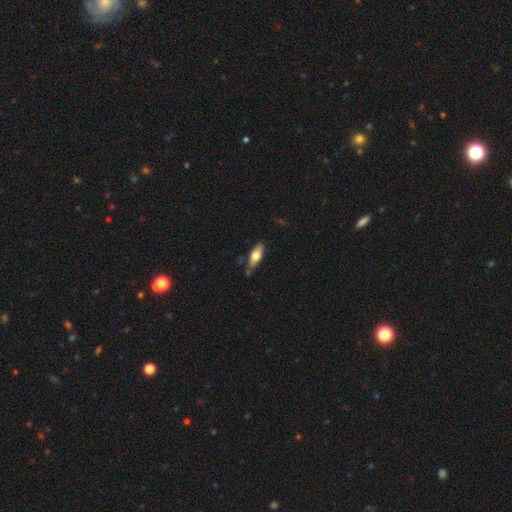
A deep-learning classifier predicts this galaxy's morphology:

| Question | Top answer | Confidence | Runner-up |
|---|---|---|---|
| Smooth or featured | smooth | 61% | featured or disk (33%) |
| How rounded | in between | 64% | cigar-shaped (33%) |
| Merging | none | 73% | minor disturbance (19%) |